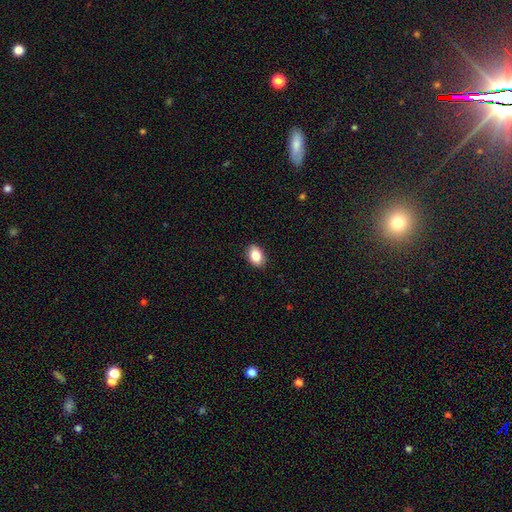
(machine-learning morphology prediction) smooth-or-featured: smooth: 85% | star or artifact: 8% | featured or disk: 7%
  how-rounded: in between: 85% | round: 14% | cigar-shaped: 1%
  merging: none: 89% | minor disturbance: 9% | major disturbance: 2% | merger: 1%